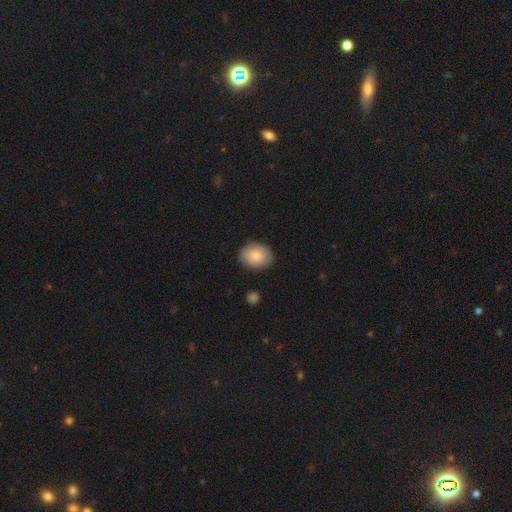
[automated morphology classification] type=smooth (84%); roundness=in between (63%); merging=none (84%).